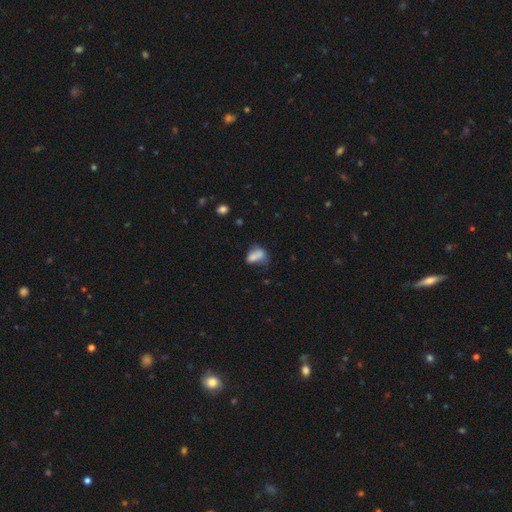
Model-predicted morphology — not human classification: This appears to be a smooth galaxy with no disk features (72%) that is in between round and cigar-shaped (81%). Merging: none (30%).